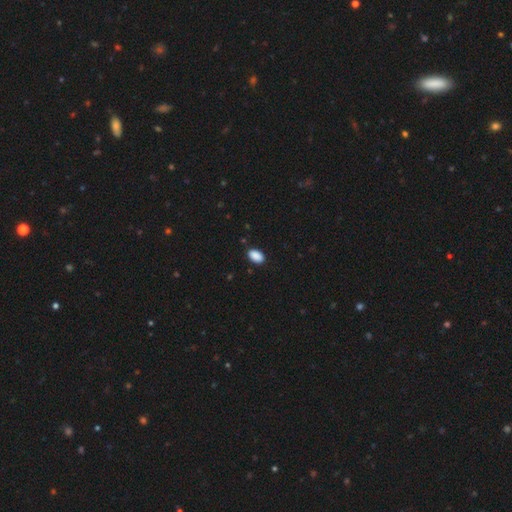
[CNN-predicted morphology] type=smooth (90%); roundness=in between (92%); merging=none (87%).